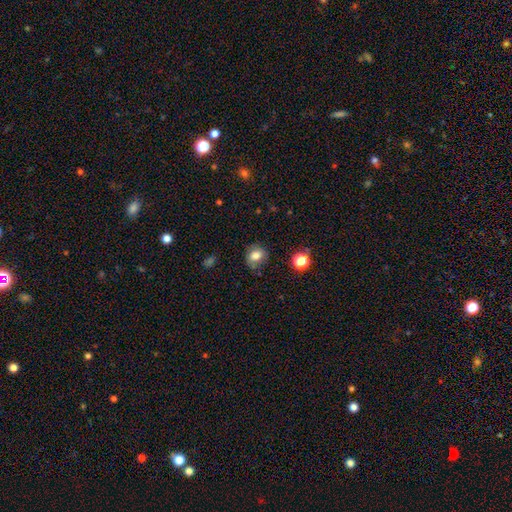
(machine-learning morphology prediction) A smooth galaxy with no disk features (77%) that is round (67%).

Vote fractions:
- Smooth or featured? smooth: 77% / featured or disk: 12% / star or artifact: 11%
- How rounded? round: 67% / in between: 33% / cigar-shaped: 1%
- Merging? none: 73% / minor disturbance: 19% / major disturbance: 6% / merger: 2%